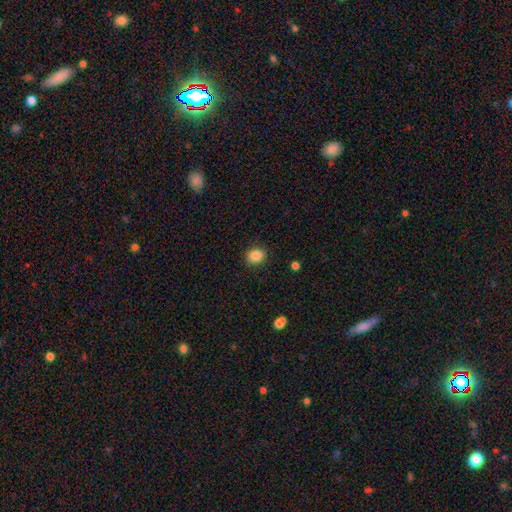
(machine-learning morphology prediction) Smooth or featured? smooth (86%)
How rounded? round (68%)
Merging? none (89%)